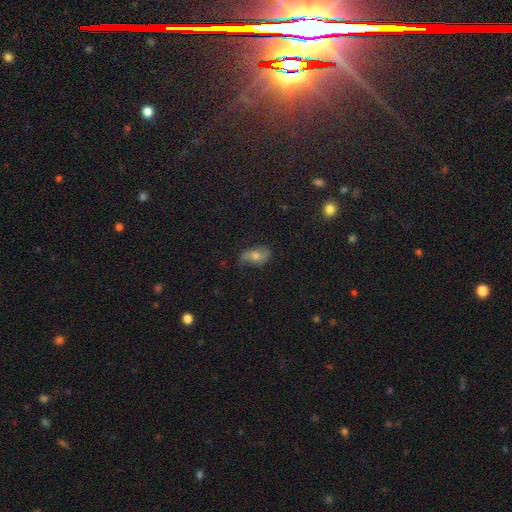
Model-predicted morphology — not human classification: Smooth or featured? Predicted: smooth (p=0.46). Merging? Predicted: none (p=0.55).